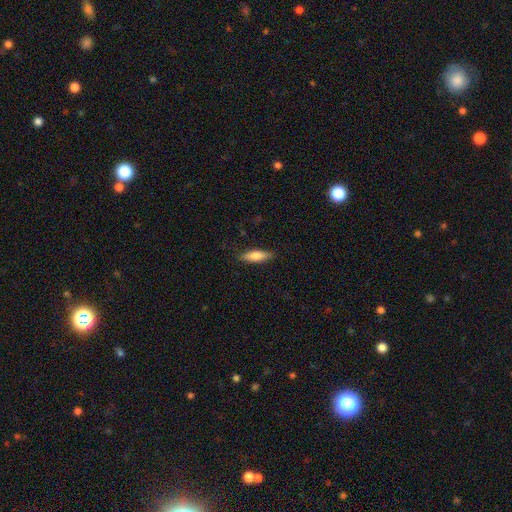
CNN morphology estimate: Smooth or featured? smooth (74%)
How rounded? cigar-shaped (57%)
Merging? none (86%)